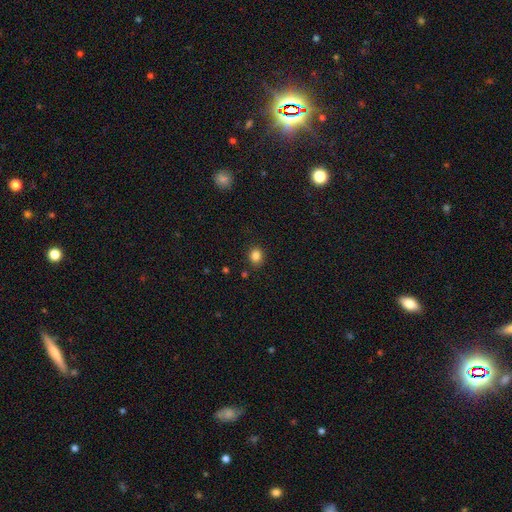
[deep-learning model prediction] A smooth galaxy with no disk features (84%) that is round (68%). Merging: none (86%).